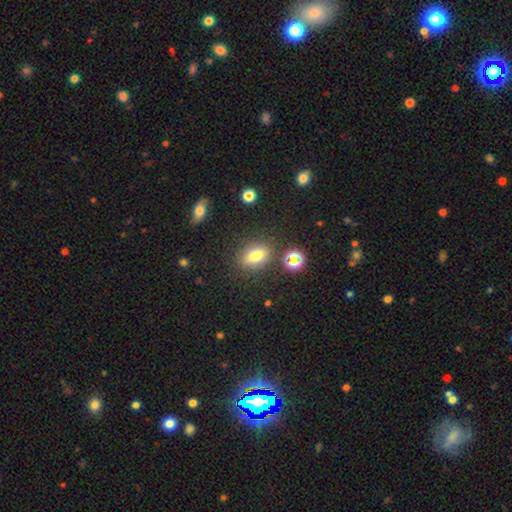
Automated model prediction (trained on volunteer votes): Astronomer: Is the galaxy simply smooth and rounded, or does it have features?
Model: smooth — 76%.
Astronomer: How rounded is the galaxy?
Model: in between — 75%.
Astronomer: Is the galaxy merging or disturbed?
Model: none — 81%.